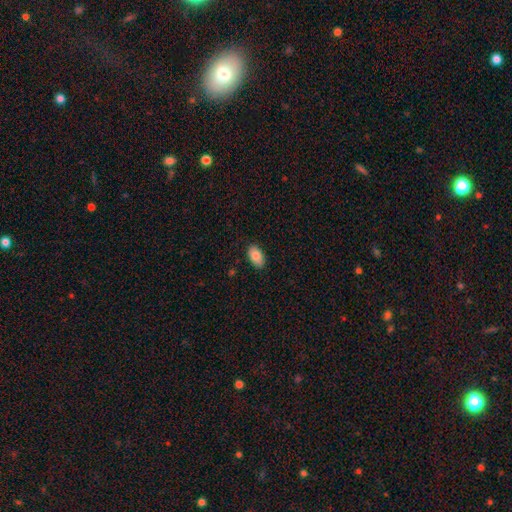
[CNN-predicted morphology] Overall: smooth (84%). How rounded: in between (94%). Merging: none (87%).